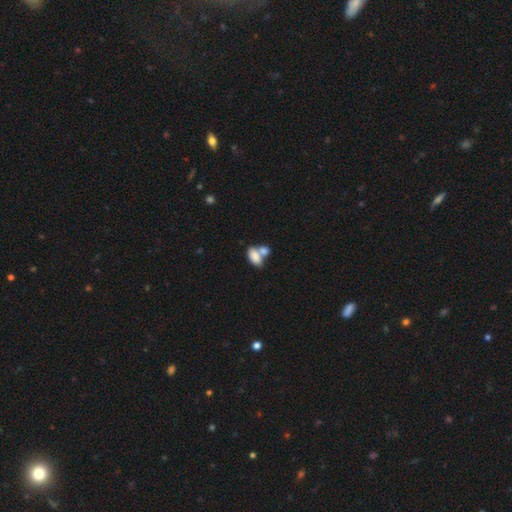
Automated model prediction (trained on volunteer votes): Smooth or featured? Predicted: smooth (p=0.82). How rounded? Predicted: in between (p=0.92). Merging? Predicted: merger (p=0.59).